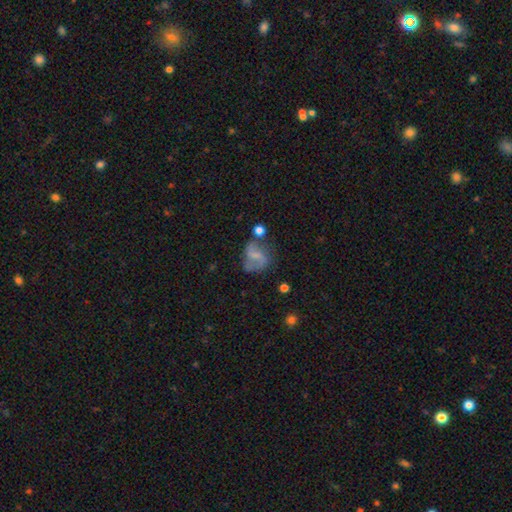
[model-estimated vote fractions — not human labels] smooth_or_featured: featured or disk (p=0.55) [alt: smooth p=0.34]
disk_edge_on: no (p=0.97) [alt: yes p=0.03]
bar: weak (p=0.44) [alt: no p=0.37]
has_spiral_arms: yes (p=0.78) [alt: no p=0.22]
bulge_size: none (p=0.43) [alt: small p=0.40]
merging: none (p=0.47) [alt: minor disturbance p=0.23]